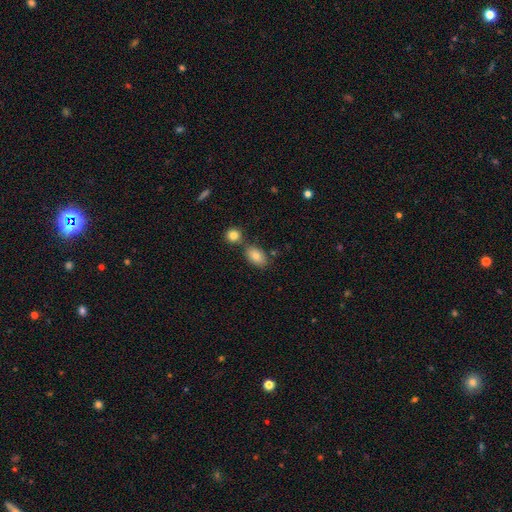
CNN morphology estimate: This appears to be a smooth galaxy with no disk features (79%) that is in between round and cigar-shaped (85%). Merging: none (64%).